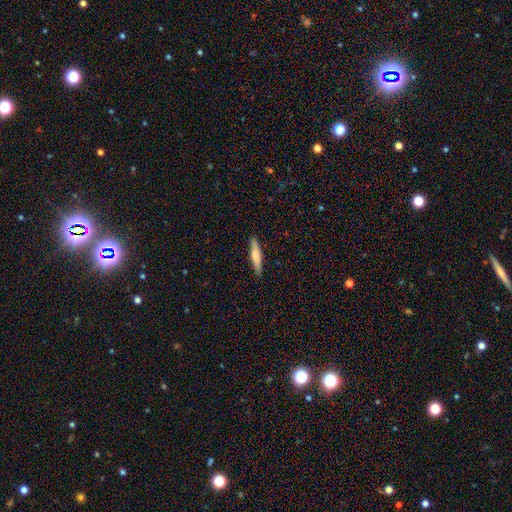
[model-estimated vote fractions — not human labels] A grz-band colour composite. It shows a smooth galaxy with no disk features (67%) that is cigar-shaped (86%). Merging: none (89%).